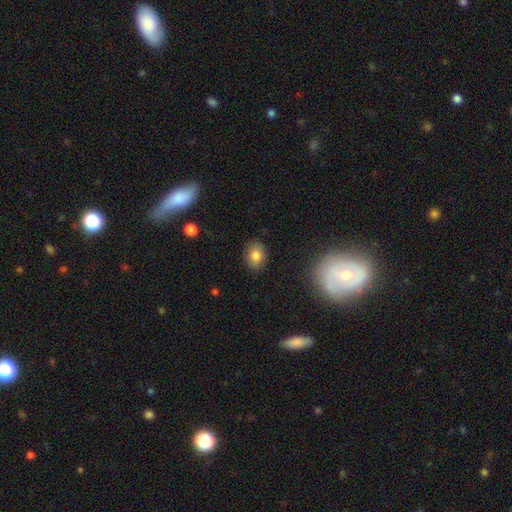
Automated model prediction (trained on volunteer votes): smooth_or_featured: smooth (p=0.81) [alt: star or artifact p=0.10]
how_rounded: in between (p=0.66) [alt: round p=0.33]
merging: none (p=0.87) [alt: minor disturbance p=0.10]